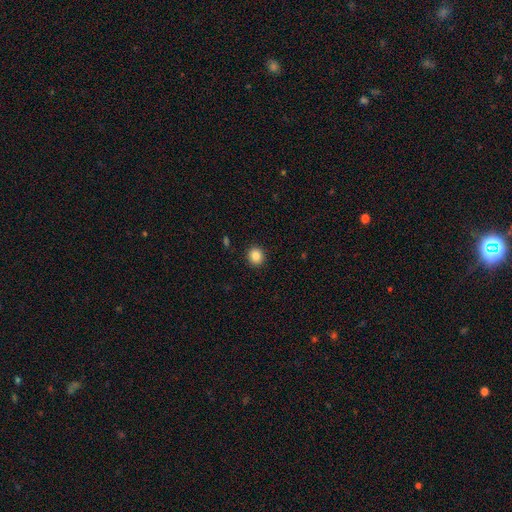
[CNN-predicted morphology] Q: Smooth or featured?
A: smooth (87%); runner-up: star or artifact (10%)
Q: How rounded?
A: round (84%); runner-up: in between (15%)
Q: Merging?
A: none (91%); runner-up: minor disturbance (6%)